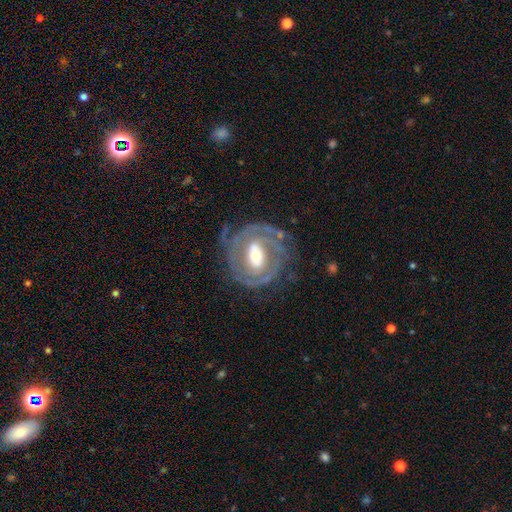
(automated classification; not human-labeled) Morphology: type=featured or disk (87%); edge-on=no (97%); bar=weak (39%); spiral arms=yes (93%); winding=tight (70%); arm count=2 (52%); bulge=moderate (58%); merging=none (73%).